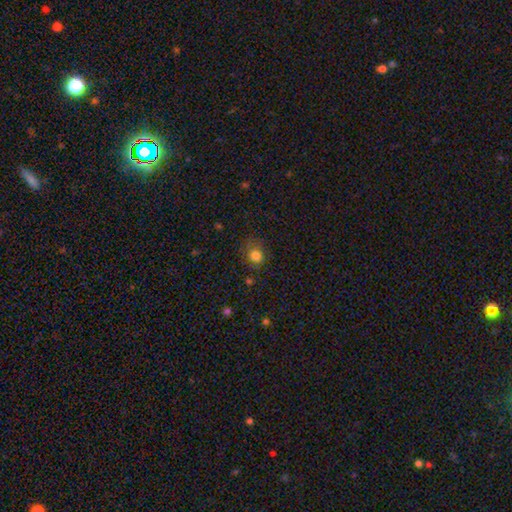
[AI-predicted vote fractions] smooth-or-featured: smooth: 80% | star or artifact: 13% | featured or disk: 6%
  how-rounded: round: 75% | in between: 24% | cigar-shaped: 1%
  merging: none: 67% | minor disturbance: 22% | major disturbance: 9% | merger: 2%